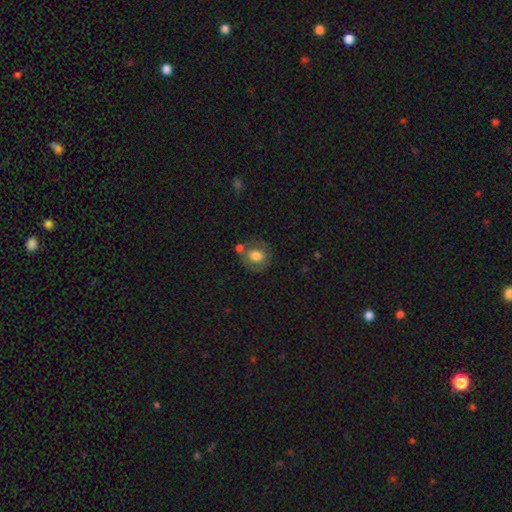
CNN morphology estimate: smooth_or_featured: smooth (p=0.64) [alt: featured or disk p=0.27]
how_rounded: round (p=0.62) [alt: in between p=0.37]
merging: none (p=0.56) [alt: minor disturbance p=0.18]